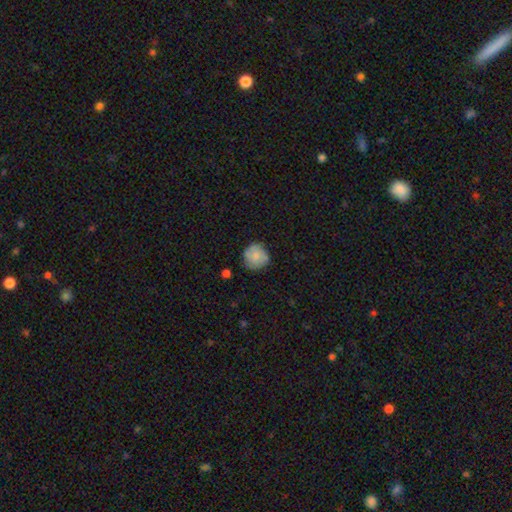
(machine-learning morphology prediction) Q: Smooth or featured?
A: smooth (73%); runner-up: featured or disk (20%)
Q: How rounded?
A: round (91%); runner-up: in between (8%)
Q: Merging?
A: none (73%); runner-up: minor disturbance (20%)